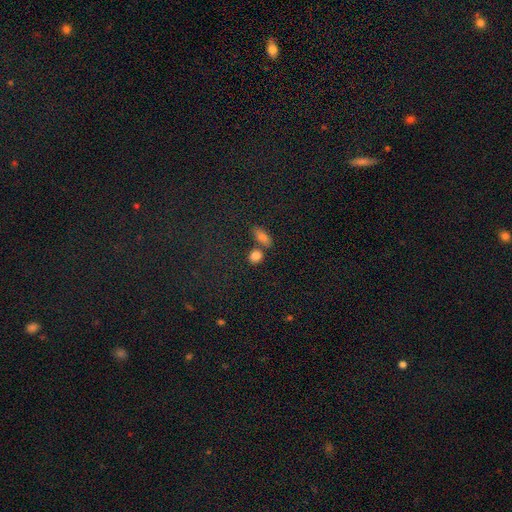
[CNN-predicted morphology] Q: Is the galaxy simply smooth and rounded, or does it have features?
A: smooth — 83%.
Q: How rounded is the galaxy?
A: in between — 50%.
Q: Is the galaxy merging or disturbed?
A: none — 63%.